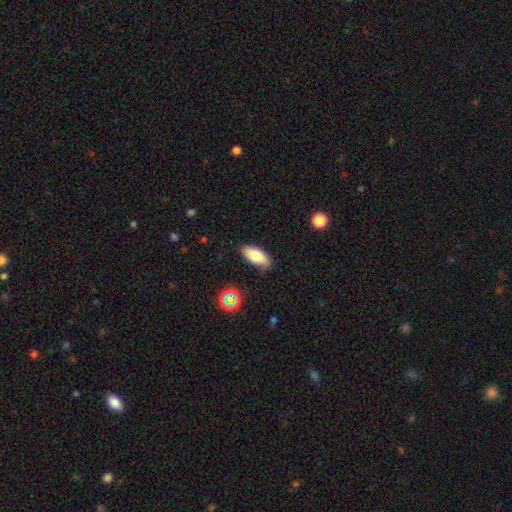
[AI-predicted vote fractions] A smooth galaxy with no disk features (75%) that is in between round and cigar-shaped (83%). Merging: none (85%).